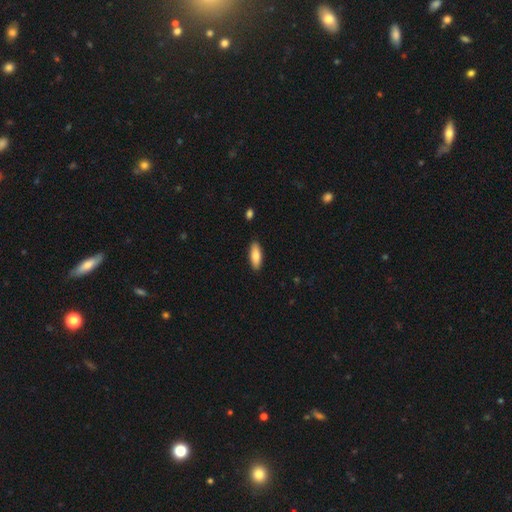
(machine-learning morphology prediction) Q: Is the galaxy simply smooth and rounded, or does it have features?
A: smooth — 83%.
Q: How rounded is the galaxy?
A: in between — 67%.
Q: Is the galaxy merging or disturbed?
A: none — 89%.